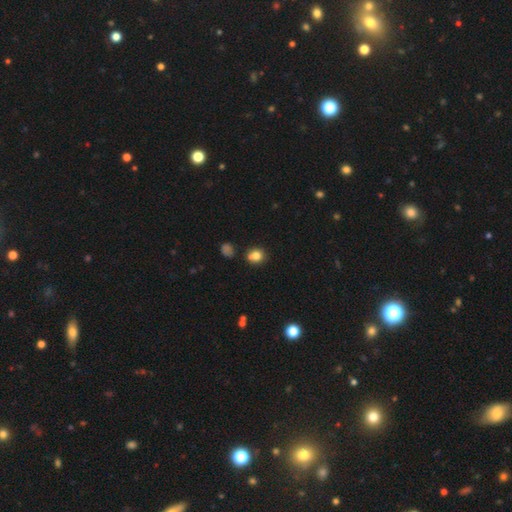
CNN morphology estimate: Smooth or featured: smooth — 80% (star or artifact — 12%)
How rounded: round — 72% (in between — 27%)
Merging: none — 64% (minor disturbance — 17%)